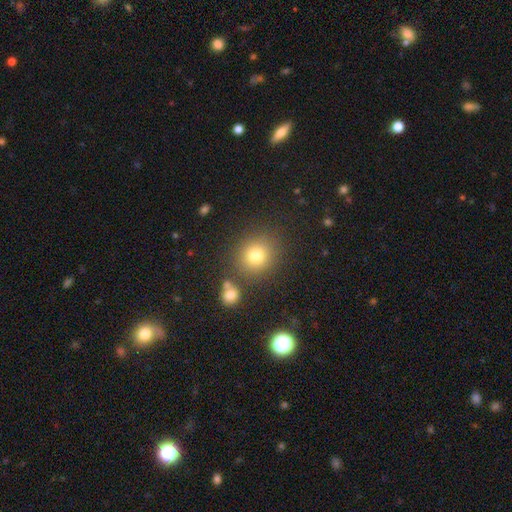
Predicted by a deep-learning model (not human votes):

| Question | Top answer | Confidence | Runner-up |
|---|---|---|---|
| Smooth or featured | smooth | 78% | star or artifact (14%) |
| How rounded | round | 84% | in between (15%) |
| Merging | none | 80% | minor disturbance (9%) |